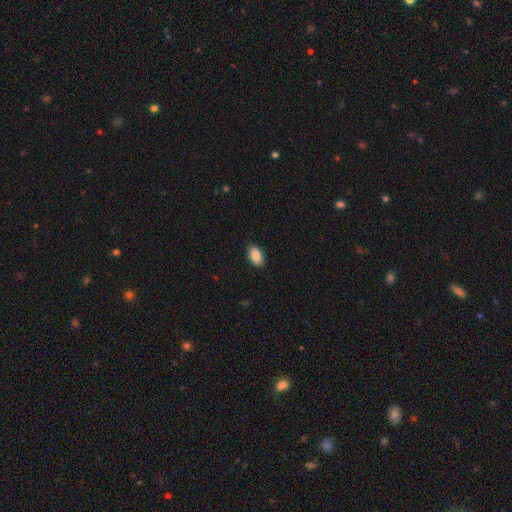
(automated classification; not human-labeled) Smooth or featured?
  - smooth: 88% *
  - star or artifact: 7%
  - featured or disk: 5%
How rounded?
  - in between: 93% *
  - round: 4%
  - cigar-shaped: 2%
Merging?
  - none: 88% *
  - minor disturbance: 9%
  - major disturbance: 2%
  - merger: 1%